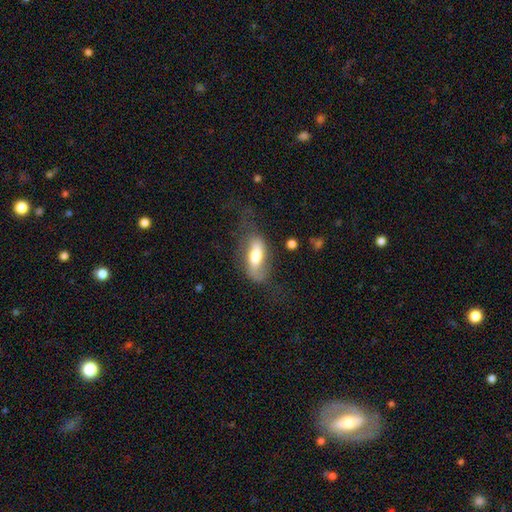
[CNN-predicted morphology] smooth-or-featured: smooth: 56% | featured or disk: 38% | star or artifact: 6%
  how-rounded: in between: 78% | cigar-shaped: 18% | round: 4%
  merging: none: 47% | minor disturbance: 25% | major disturbance: 25% | merger: 3%